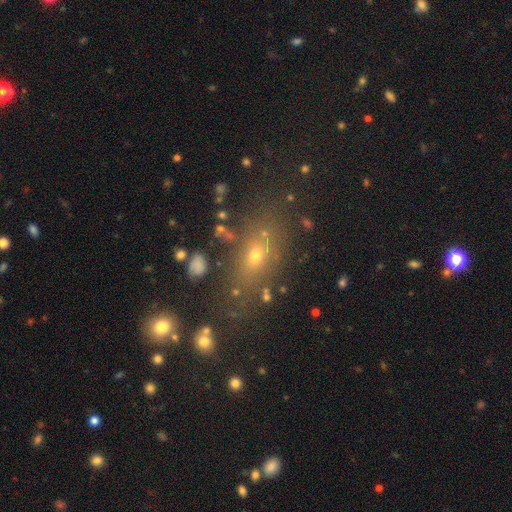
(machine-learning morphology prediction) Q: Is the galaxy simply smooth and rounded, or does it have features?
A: smooth — 62%.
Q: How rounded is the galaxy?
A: in between — 67%.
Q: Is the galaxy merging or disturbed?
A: none — 73%.